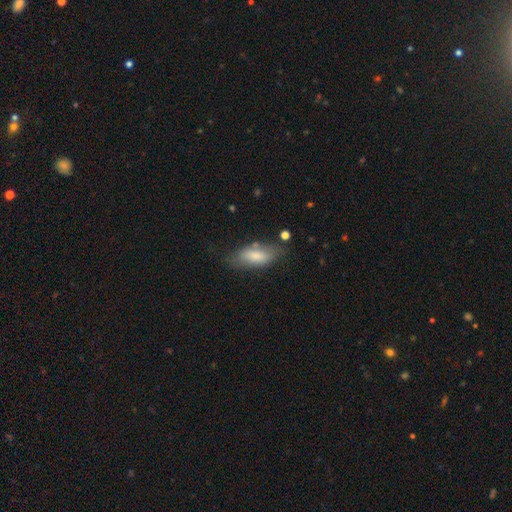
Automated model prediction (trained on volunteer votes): Smooth or featured: smooth — 76% (featured or disk — 18%)
How rounded: in between — 83% (cigar-shaped — 14%)
Merging: none — 60% (minor disturbance — 26%)